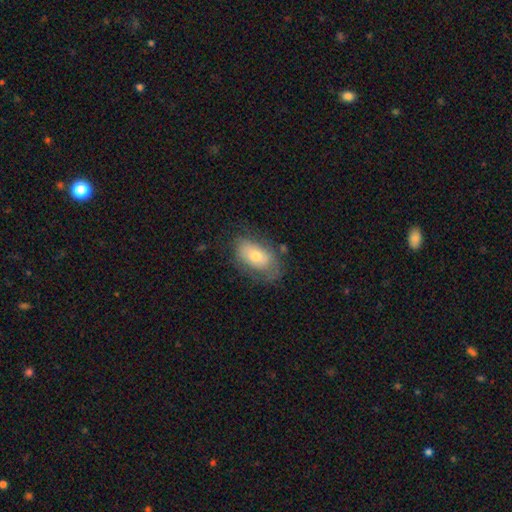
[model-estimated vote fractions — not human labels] This is likely a smooth galaxy (64%). How rounded: clearly in between (91%). Merging: possibly none (59%).